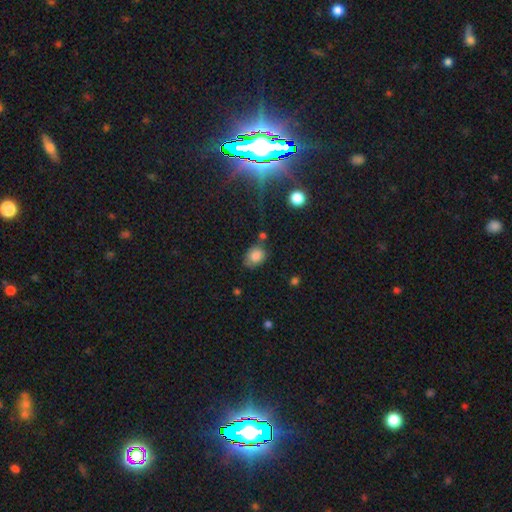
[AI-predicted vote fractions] Smooth or featured: smooth — 80% (star or artifact — 10%)
How rounded: in between — 59% (round — 40%)
Merging: none — 61% (minor disturbance — 25%)